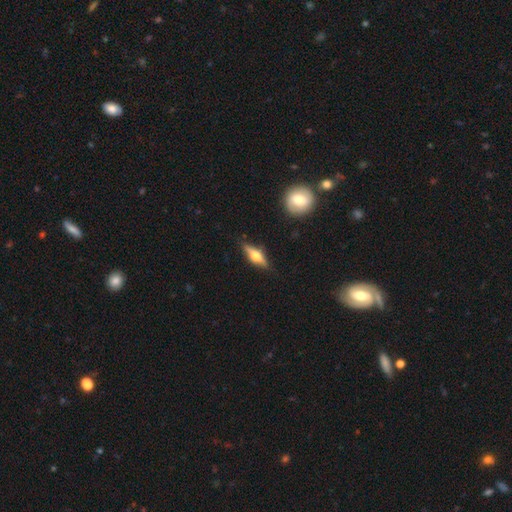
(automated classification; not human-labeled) smooth_or_featured: featured or disk (p=0.65) [alt: smooth p=0.28]
disk_edge_on: yes (p=0.95) [alt: no p=0.05]
edge_on_bulge: rounded (p=0.93) [alt: boxy p=0.05]
merging: none (p=0.85) [alt: minor disturbance p=0.11]